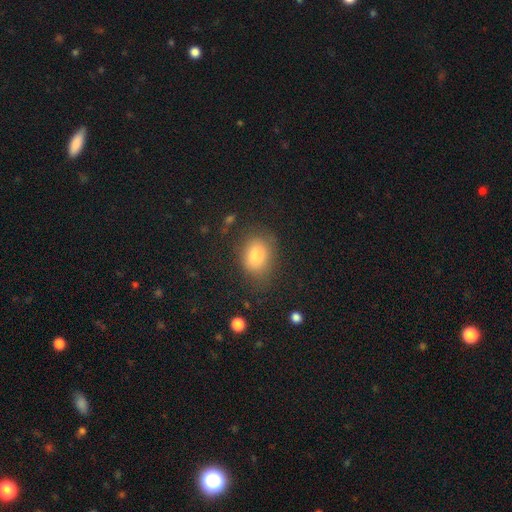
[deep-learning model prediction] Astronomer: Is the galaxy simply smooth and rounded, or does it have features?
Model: smooth — 81%.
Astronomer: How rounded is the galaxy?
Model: in between — 70%.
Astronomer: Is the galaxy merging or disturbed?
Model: none — 70%.